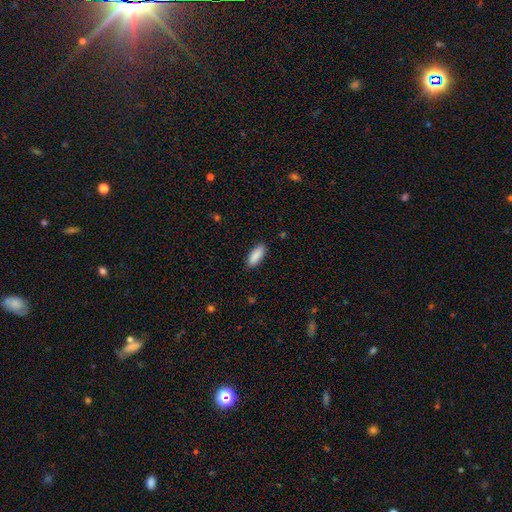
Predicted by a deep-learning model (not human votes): The model was most divided on "how rounded": in between: 79%, cigar-shaped: 19%, round: 2%. More confident: smooth or featured — smooth (90%); merging — none (88%).